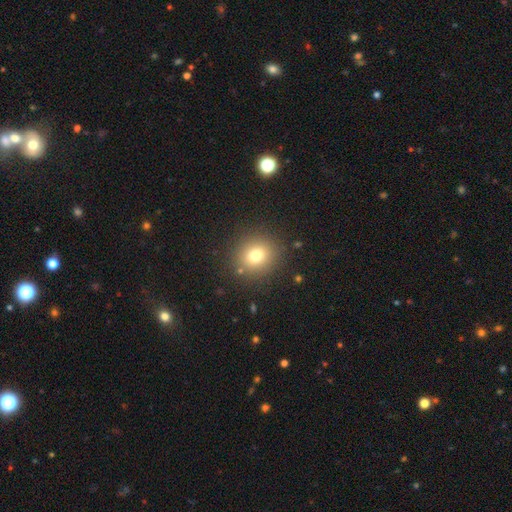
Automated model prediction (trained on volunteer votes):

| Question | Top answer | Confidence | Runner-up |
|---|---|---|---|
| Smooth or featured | smooth | 76% | star or artifact (14%) |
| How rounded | round | 85% | in between (15%) |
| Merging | none | 87% | minor disturbance (7%) |